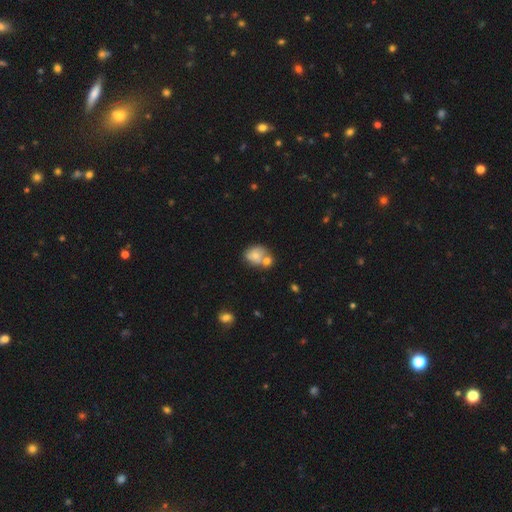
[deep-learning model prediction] A smooth galaxy with no disk features (68%) that is round (58%). Merging: merger (50%).